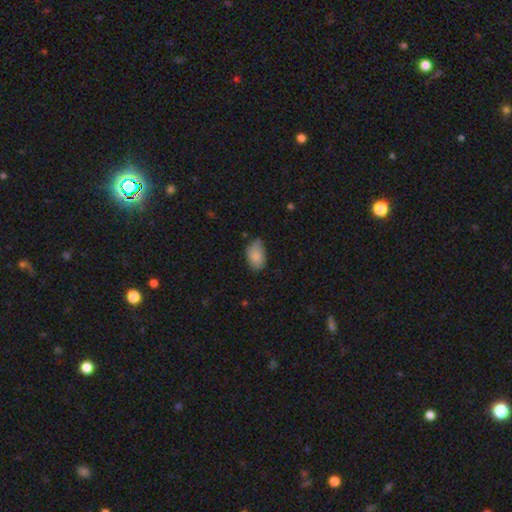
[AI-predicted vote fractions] Smooth or featured: smooth — 85% (featured or disk — 8%)
How rounded: in between — 91% (round — 8%)
Merging: none — 59% (minor disturbance — 33%)